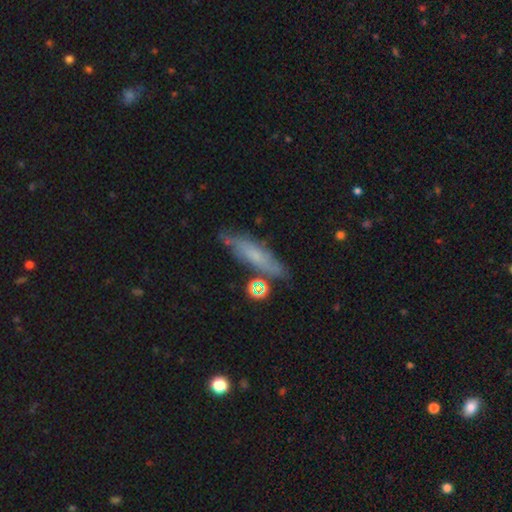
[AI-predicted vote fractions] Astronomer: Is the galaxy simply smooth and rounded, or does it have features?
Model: smooth — 52% (runner-up: featured or disk, 40%).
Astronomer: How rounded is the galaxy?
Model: cigar-shaped — 71%.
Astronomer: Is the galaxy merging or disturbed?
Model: none — 71%.